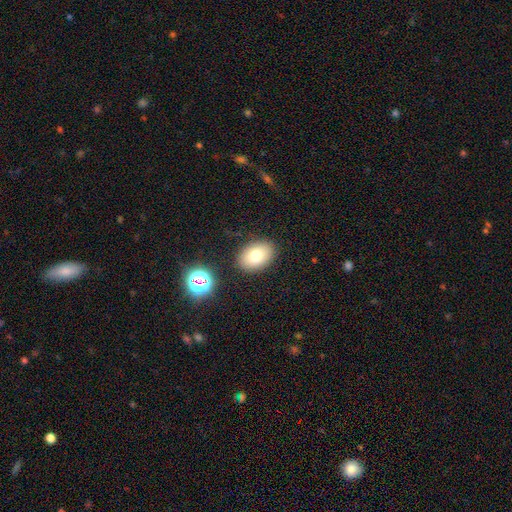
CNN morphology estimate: Smooth or featured? Predicted: smooth (p=0.76). How rounded? Predicted: in between (p=0.79). Merging? Predicted: none (p=0.87).